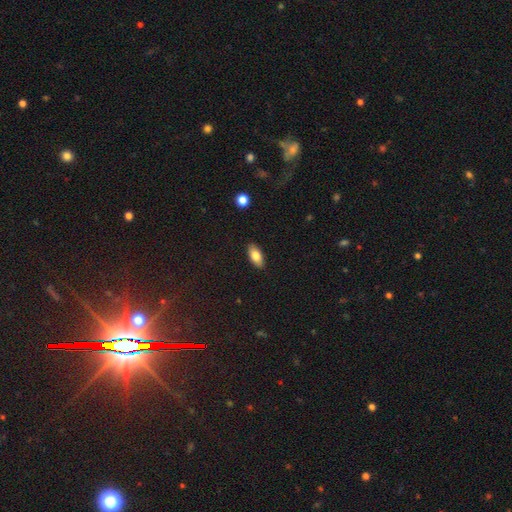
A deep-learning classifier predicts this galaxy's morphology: type=smooth (80%); roundness=in between (89%); merging=none (88%).